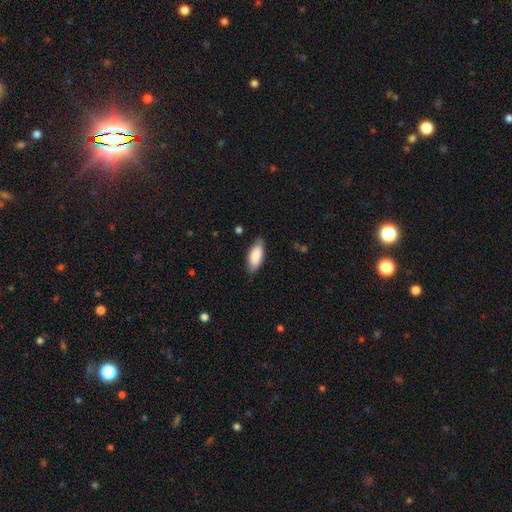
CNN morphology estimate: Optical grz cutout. It shows a smooth galaxy with no disk features (86%) that is in between round and cigar-shaped (86%). Merging: none (81%).